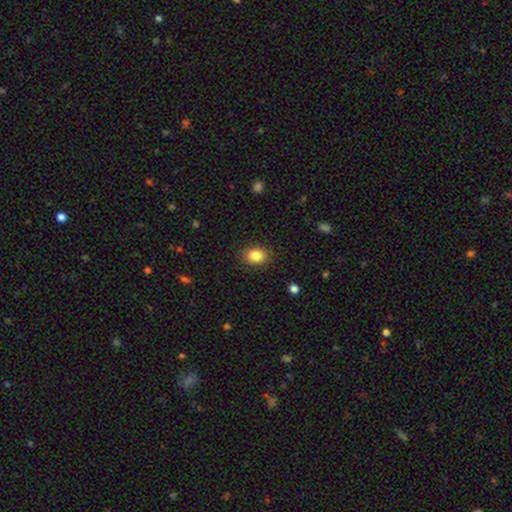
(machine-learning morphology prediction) smooth-or-featured: smooth: 86% | star or artifact: 9% | featured or disk: 5%
  how-rounded: in between: 60% | round: 39% | cigar-shaped: 1%
  merging: none: 87% | minor disturbance: 9% | major disturbance: 3% | merger: 1%